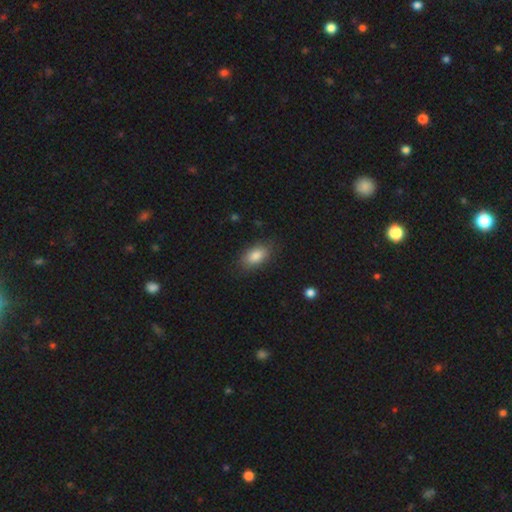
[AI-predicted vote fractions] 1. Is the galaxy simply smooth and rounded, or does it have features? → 84% smooth, 8% featured or disk, 8% star or artifact.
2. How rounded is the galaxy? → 90% in between, 6% round, 3% cigar-shaped.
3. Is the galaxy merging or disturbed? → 82% none, 13% minor disturbance, 4% major disturbance, 1% merger.